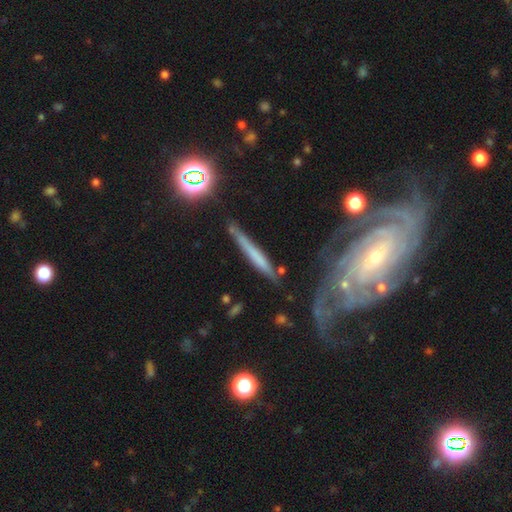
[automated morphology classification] Smooth or featured: smooth — 48% (featured or disk — 43%)
Merging: none — 75% (minor disturbance — 15%)